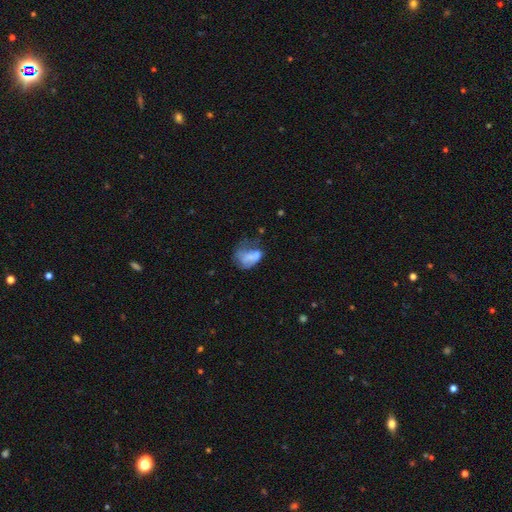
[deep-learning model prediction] Morphology: type=smooth (54%); roundness=in between (76%); merging=major disturbance (39%).